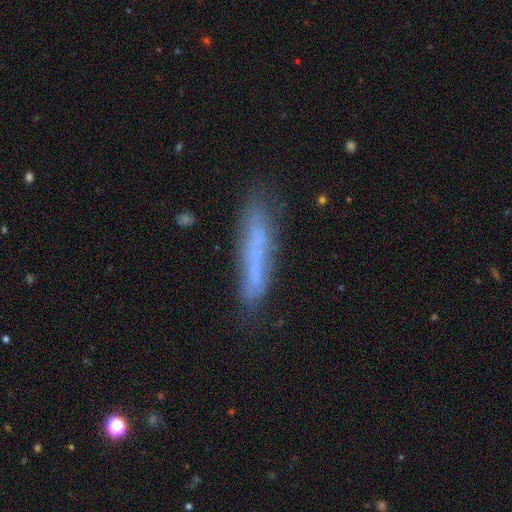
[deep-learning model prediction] This is possibly a smooth galaxy (55%). How rounded: clearly cigar-shaped (89%). Merging: likely none (70%).